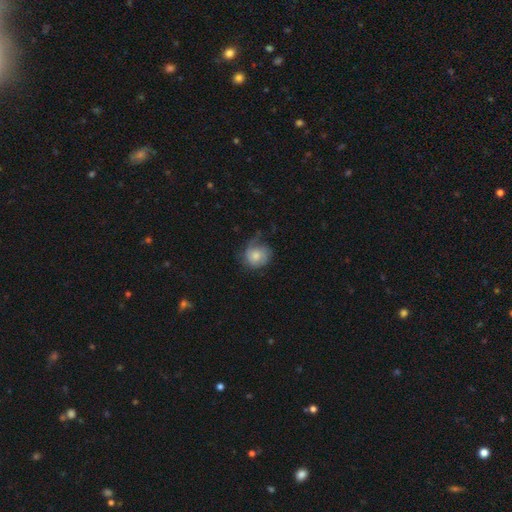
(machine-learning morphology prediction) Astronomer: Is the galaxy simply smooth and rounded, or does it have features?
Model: smooth — 65%.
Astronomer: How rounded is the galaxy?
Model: round — 80%.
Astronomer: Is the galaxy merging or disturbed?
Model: none — 44% (runner-up: minor disturbance, 31%).